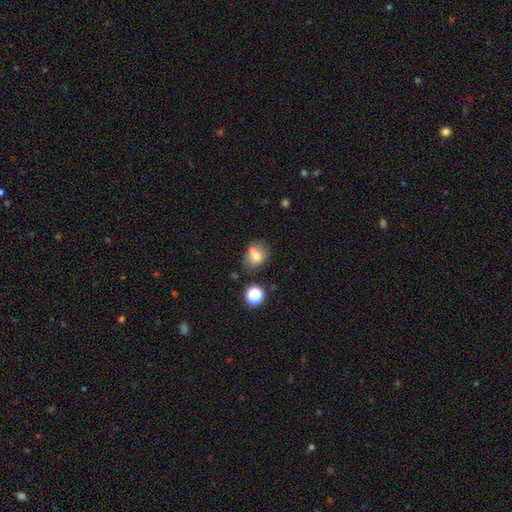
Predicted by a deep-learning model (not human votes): smooth-or-featured: smooth: 73% | featured or disk: 15% | star or artifact: 12%
  how-rounded: in between: 56% | round: 43% | cigar-shaped: 1%
  merging: none: 61% | minor disturbance: 21% | merger: 12% | major disturbance: 7%